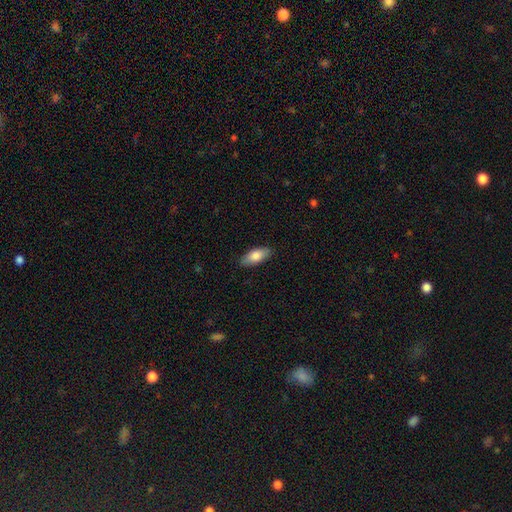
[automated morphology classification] Smooth or featured?
  - smooth: 81% *
  - featured or disk: 13%
  - star or artifact: 6%
How rounded?
  - in between: 84% *
  - cigar-shaped: 14%
  - round: 2%
Merging?
  - none: 87% *
  - minor disturbance: 10%
  - major disturbance: 2%
  - merger: 1%